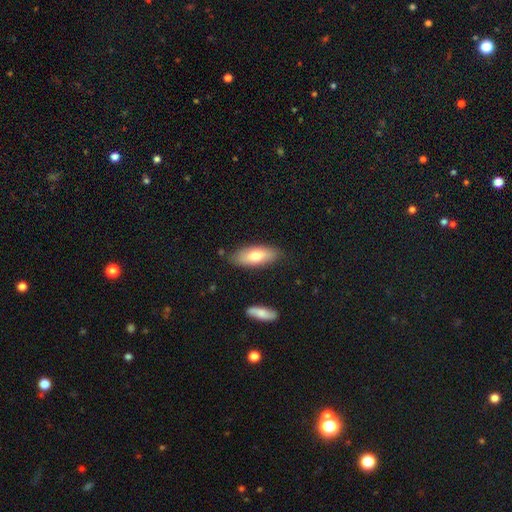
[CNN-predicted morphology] This is likely a smooth galaxy (71%). How rounded: likely in between (76%). Merging: clearly none (81%).